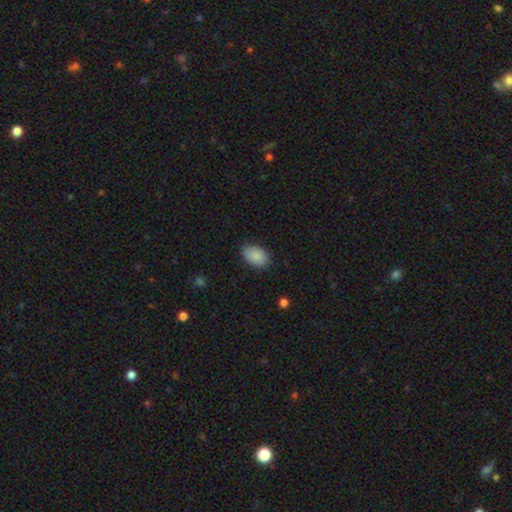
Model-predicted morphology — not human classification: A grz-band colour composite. It shows a smooth galaxy with no disk features (87%) that is in between round and cigar-shaped (86%). Merging: none (80%).